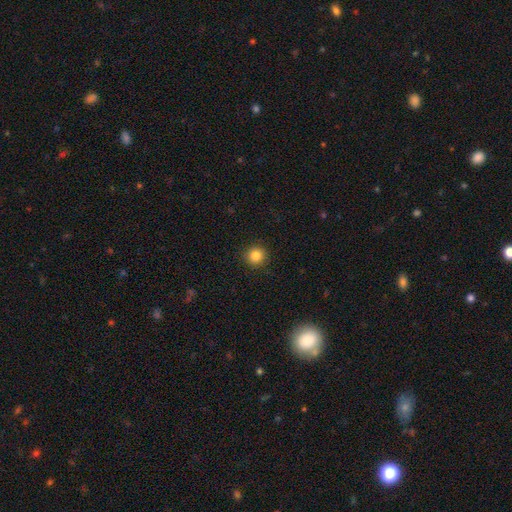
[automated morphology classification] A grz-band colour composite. It shows a smooth galaxy with no disk features (84%) that is round (94%). Merging: none (92%).